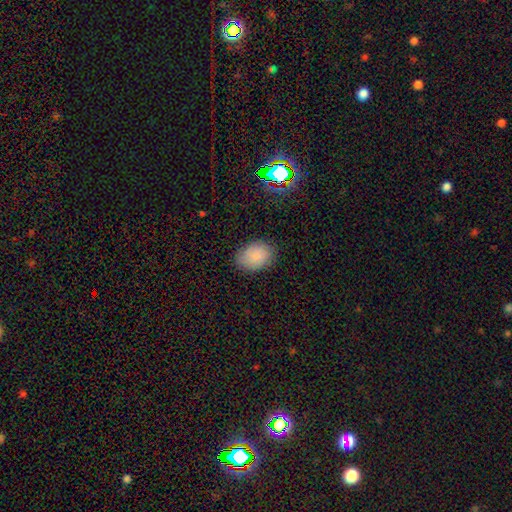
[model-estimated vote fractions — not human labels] This is clearly a smooth galaxy (84%). How rounded: likely in between (77%). Merging: clearly none (81%).